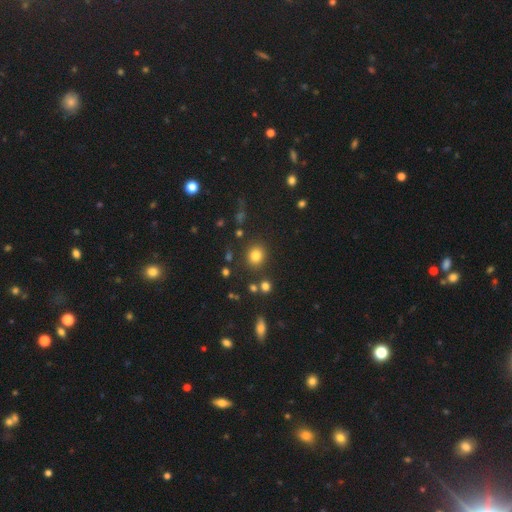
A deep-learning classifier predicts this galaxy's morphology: Smooth or featured? smooth (80%)
How rounded? round (75%)
Merging? none (84%)